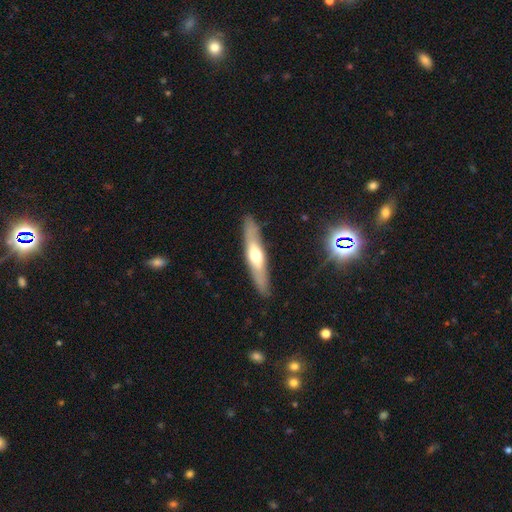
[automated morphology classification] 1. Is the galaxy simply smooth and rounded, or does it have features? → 51% featured or disk, 44% smooth, 5% star or artifact.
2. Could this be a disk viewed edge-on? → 80% yes, 20% no.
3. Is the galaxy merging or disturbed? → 87% none, 9% minor disturbance, 2% major disturbance, 1% merger.